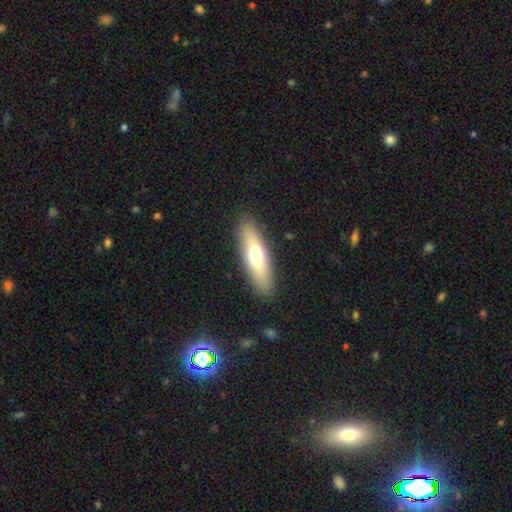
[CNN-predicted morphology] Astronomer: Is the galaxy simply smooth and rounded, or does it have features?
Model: smooth — 61%.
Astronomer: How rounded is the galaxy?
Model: cigar-shaped — 53% (runner-up: in between, 44%).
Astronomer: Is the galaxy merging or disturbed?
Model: none — 89%.